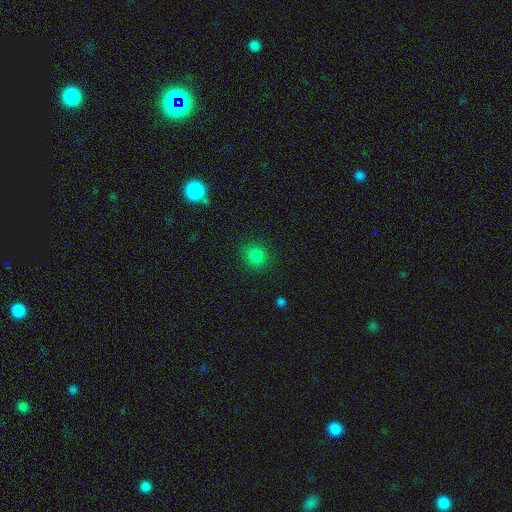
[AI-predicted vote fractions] Smooth or featured? smooth (83%)
How rounded? round (83%)
Merging? none (86%)